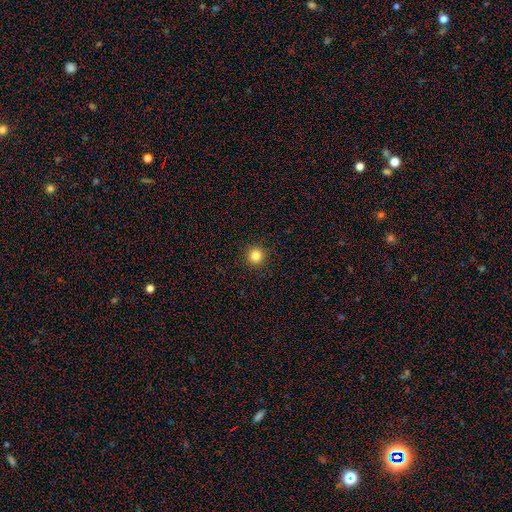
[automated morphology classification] type=smooth (84%); roundness=round (95%); merging=none (93%).